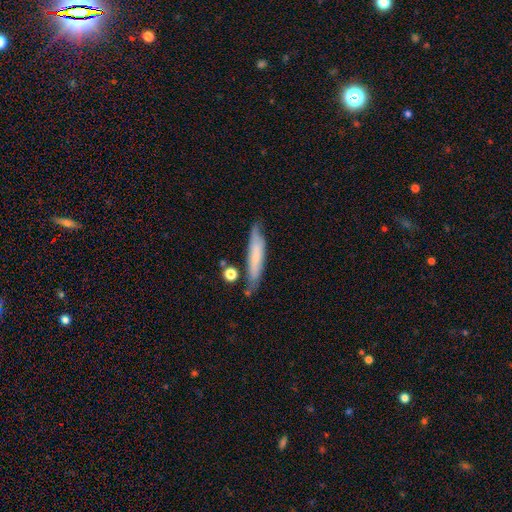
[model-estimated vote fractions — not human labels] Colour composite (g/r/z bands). It shows a smooth galaxy with no disk features (60%) that is cigar-shaped (85%). Merging: none (67%).